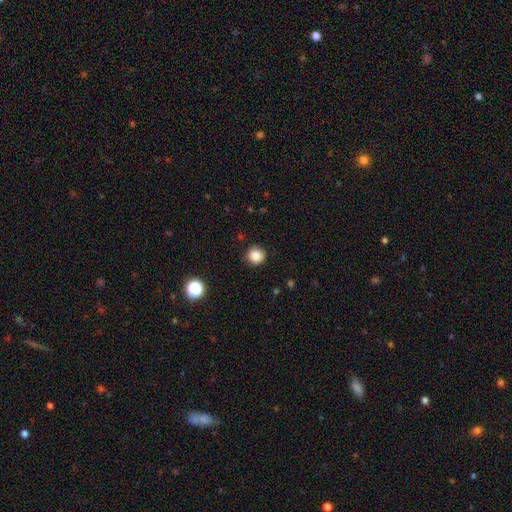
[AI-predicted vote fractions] smooth-or-featured: smooth: 86% | star or artifact: 11% | featured or disk: 3%
  how-rounded: round: 94% | in between: 5% | cigar-shaped: 1%
  merging: none: 90% | minor disturbance: 7% | major disturbance: 2% | merger: 1%